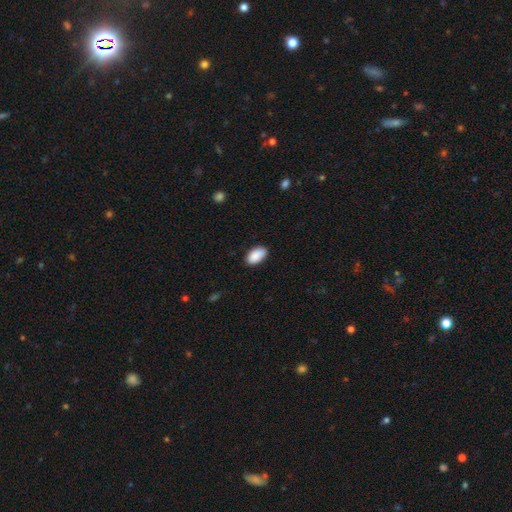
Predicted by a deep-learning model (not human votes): The model was most divided on "merging": none: 87%, minor disturbance: 10%, major disturbance: 2%, merger: 1%. More confident: how rounded — in between (95%); smooth or featured — smooth (90%).